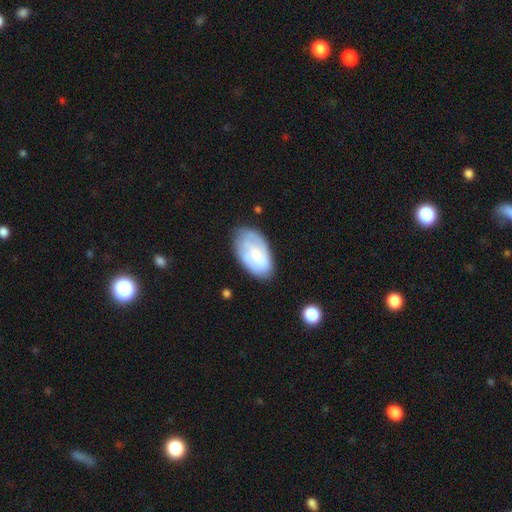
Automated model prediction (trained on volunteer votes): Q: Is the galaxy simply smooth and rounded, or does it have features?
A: smooth — 50%.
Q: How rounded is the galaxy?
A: in between — 93%.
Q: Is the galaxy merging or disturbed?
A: none — 67%.